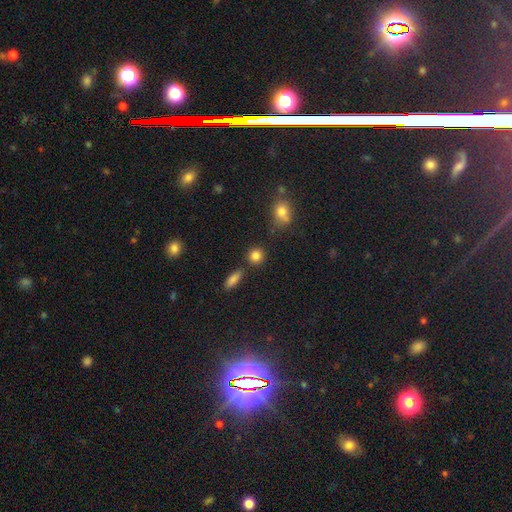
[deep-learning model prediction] This is clearly a smooth galaxy (84%). How rounded: clearly round (85%). Merging: likely none (79%).